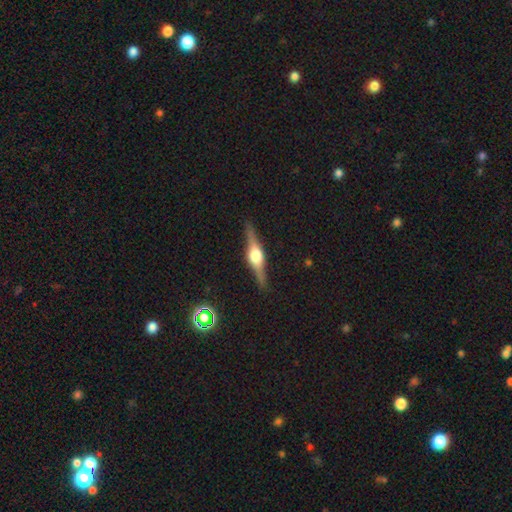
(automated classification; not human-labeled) This appears to be a featured or disk galaxy (81%) viewed edge-on (98%) with a rounded central bulge (91%). Merging: none (90%).